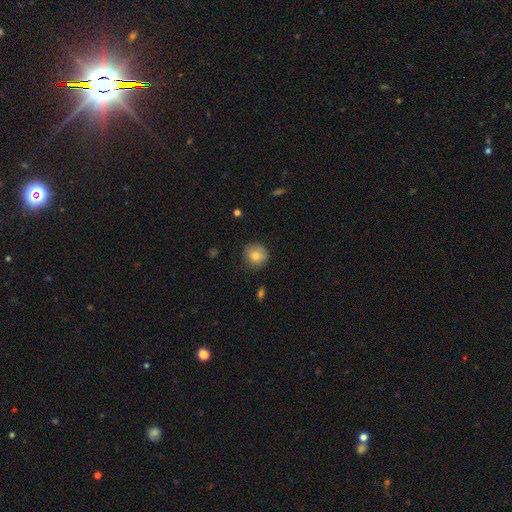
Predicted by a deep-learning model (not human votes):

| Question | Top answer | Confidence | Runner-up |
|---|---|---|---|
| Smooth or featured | smooth | 78% | featured or disk (12%) |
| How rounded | round | 91% | in between (8%) |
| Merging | none | 78% | minor disturbance (17%) |